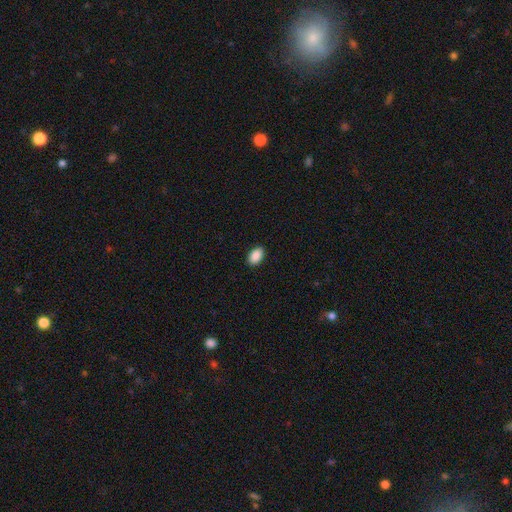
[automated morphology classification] smooth_or_featured: smooth (p=0.90) [alt: star or artifact p=0.07]
how_rounded: in between (p=0.91) [alt: round p=0.07]
merging: none (p=0.90) [alt: minor disturbance p=0.07]